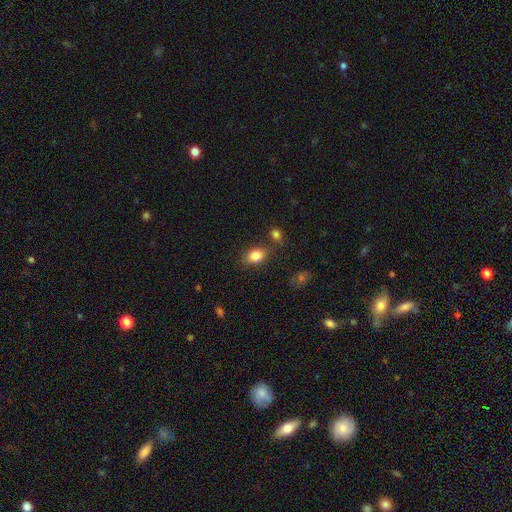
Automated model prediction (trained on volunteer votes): Overall: smooth (83%). How rounded: in between (79%). Merging: none (73%).